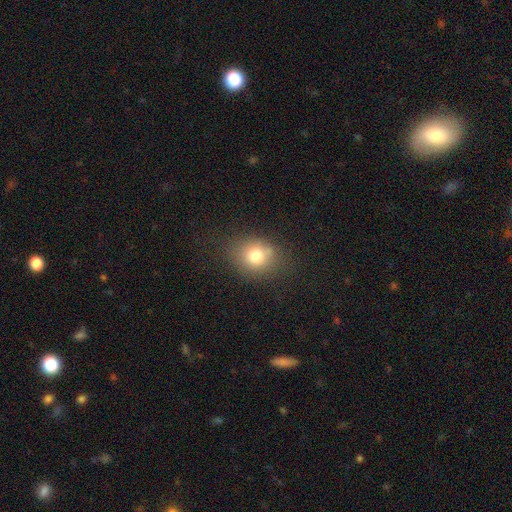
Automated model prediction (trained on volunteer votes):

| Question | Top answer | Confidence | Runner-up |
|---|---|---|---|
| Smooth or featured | smooth | 75% | star or artifact (13%) |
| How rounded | round | 61% | in between (38%) |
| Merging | none | 73% | minor disturbance (17%) |